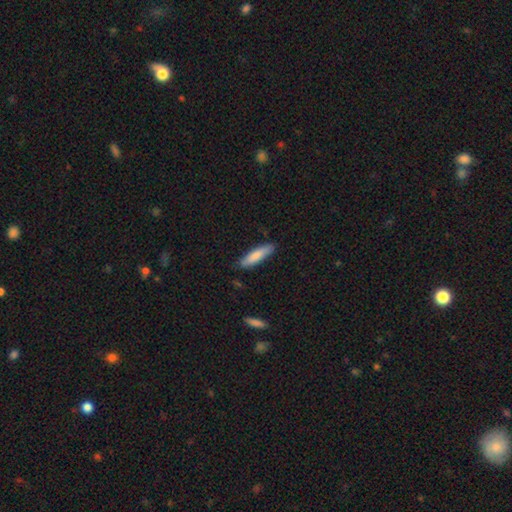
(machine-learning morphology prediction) Smooth or featured? smooth (80%)
How rounded? cigar-shaped (75%)
Merging? none (84%)